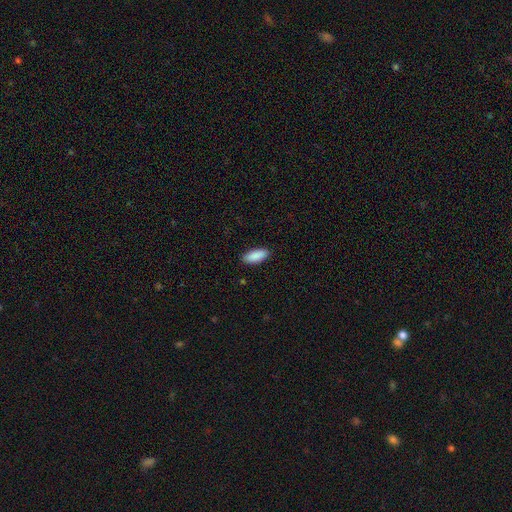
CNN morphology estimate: Smooth or featured?
  - smooth: 90% *
  - star or artifact: 6%
  - featured or disk: 4%
How rounded?
  - in between: 83% *
  - cigar-shaped: 15%
  - round: 2%
Merging?
  - none: 89% *
  - minor disturbance: 8%
  - major disturbance: 2%
  - merger: 1%